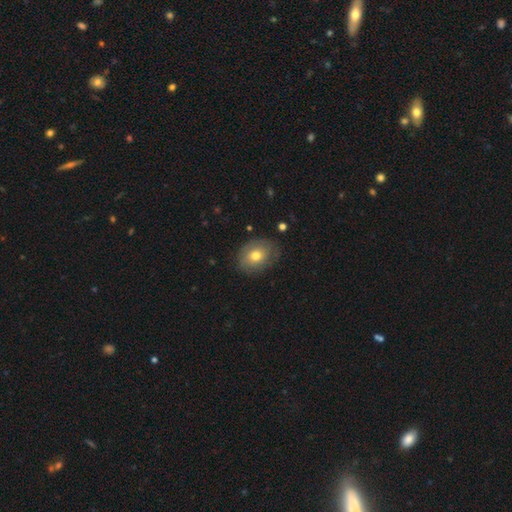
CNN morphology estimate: This is likely a smooth galaxy (66%). How rounded: likely in between (61%). Merging: likely none (75%).